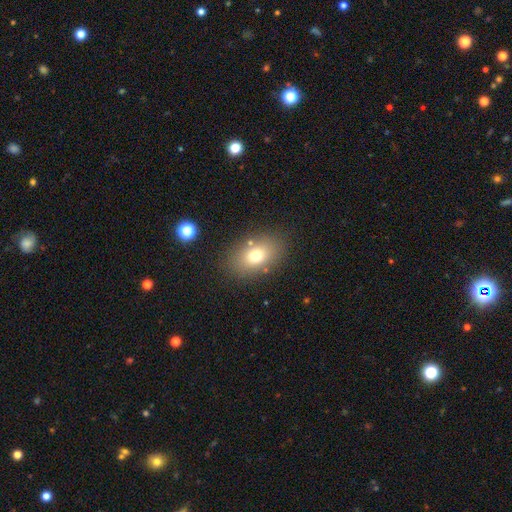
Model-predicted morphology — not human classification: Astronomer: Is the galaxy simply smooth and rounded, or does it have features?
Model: smooth — 73%.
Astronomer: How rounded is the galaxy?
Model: in between — 80%.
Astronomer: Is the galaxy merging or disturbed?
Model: none — 82%.